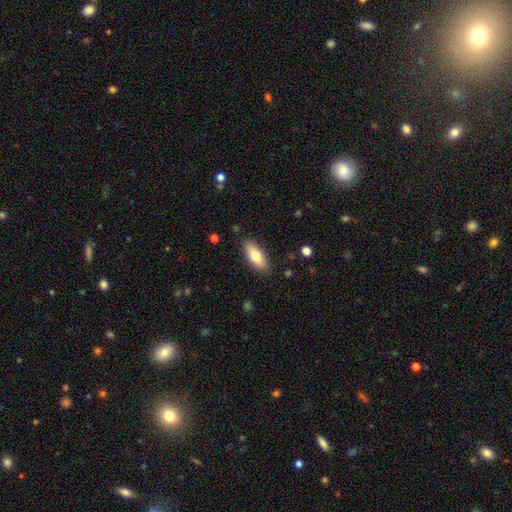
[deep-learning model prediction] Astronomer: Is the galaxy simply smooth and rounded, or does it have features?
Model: smooth — 72%.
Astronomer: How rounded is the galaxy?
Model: in between — 76%.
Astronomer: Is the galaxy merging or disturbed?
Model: none — 87%.